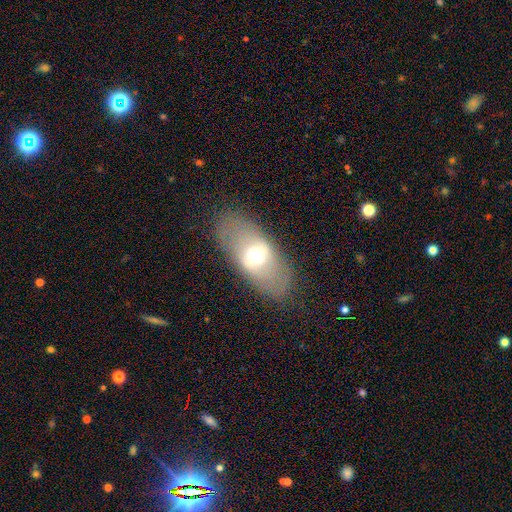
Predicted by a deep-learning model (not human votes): This is possibly a featured or disk galaxy (54%). It is clearly not viewed edge-on (81%). Merging: clearly none (81%).